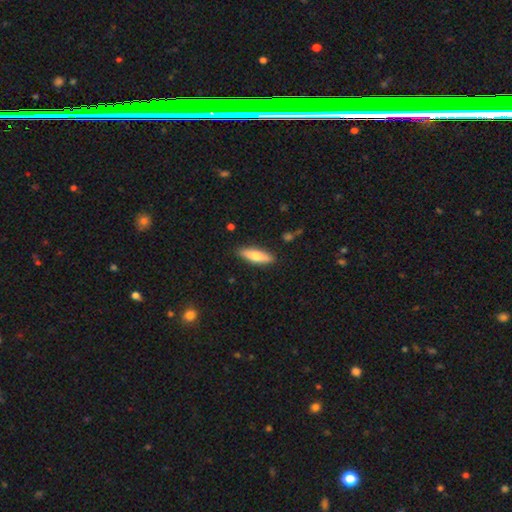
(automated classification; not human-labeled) Morphology: type=smooth (69%); roundness=cigar-shaped (54%); merging=none (88%).